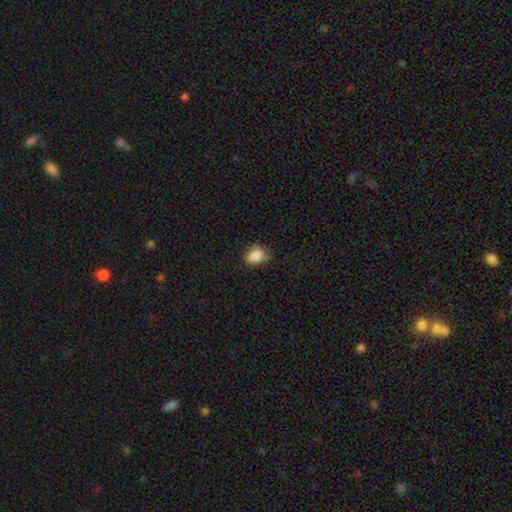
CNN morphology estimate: A smooth galaxy with no disk features (86%) that is in between round and cigar-shaped (79%). Merging: none (61%).